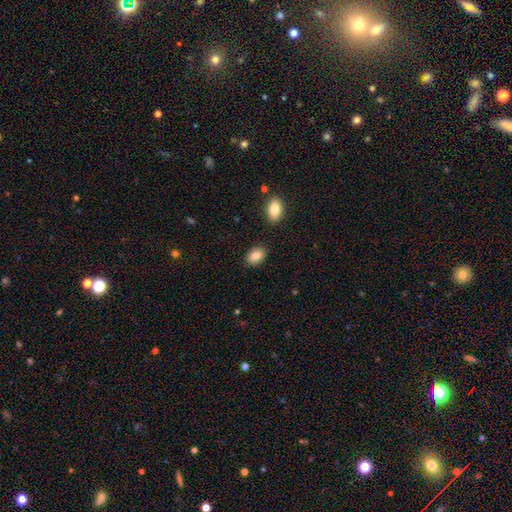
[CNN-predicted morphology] A smooth galaxy with no disk features (85%) that is in between round and cigar-shaped (86%).

Vote fractions:
- Smooth or featured? smooth: 85% / featured or disk: 8% / star or artifact: 8%
- How rounded? in between: 86% / round: 13% / cigar-shaped: 1%
- Merging? none: 85% / minor disturbance: 9% / merger: 3% / major disturbance: 2%